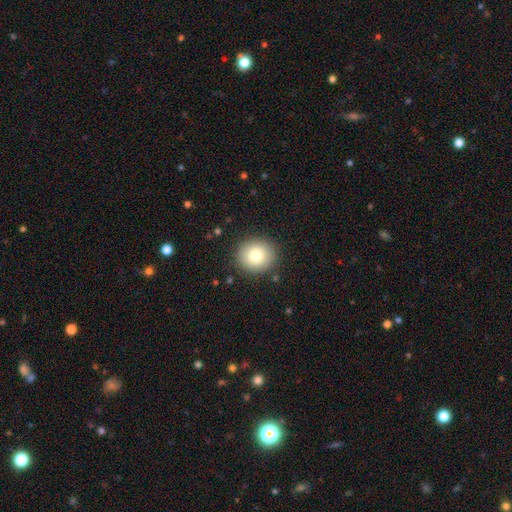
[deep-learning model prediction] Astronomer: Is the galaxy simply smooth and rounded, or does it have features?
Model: smooth — 79%.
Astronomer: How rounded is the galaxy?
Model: round — 85%.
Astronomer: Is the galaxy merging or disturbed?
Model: none — 89%.